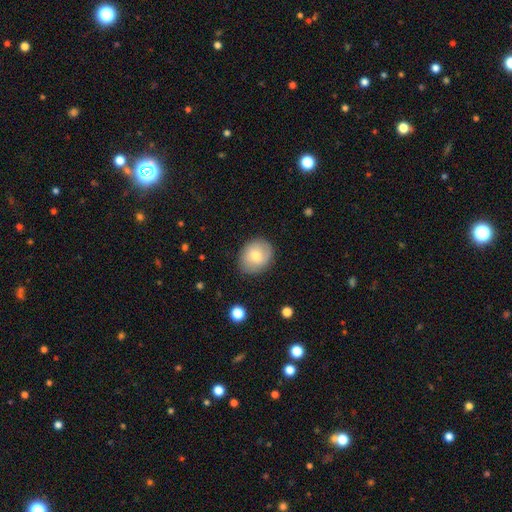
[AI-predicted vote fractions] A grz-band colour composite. It shows a smooth galaxy with no disk features (72%) that is round (60%). Merging: none (82%).